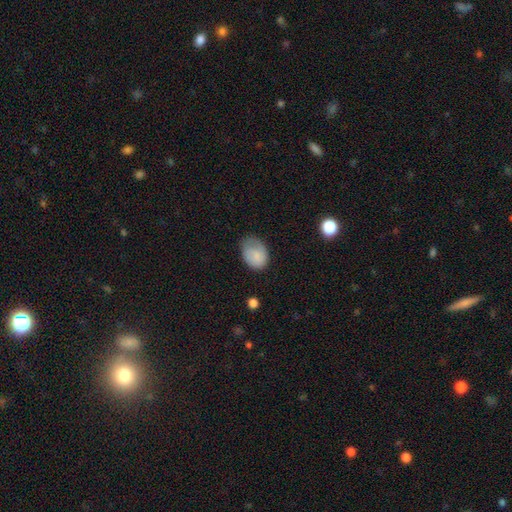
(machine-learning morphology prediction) The model was most divided on "merging": none: 46%, minor disturbance: 37%, major disturbance: 15%, merger: 2%. More confident: smooth or featured — smooth (81%); how rounded — in between (74%).